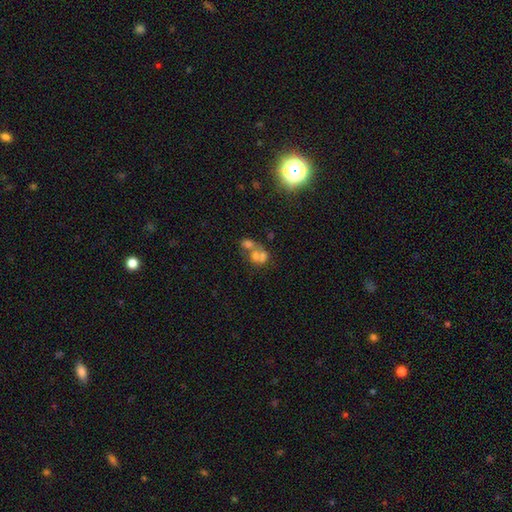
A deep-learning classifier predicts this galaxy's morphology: Smooth or featured?
  - smooth: 48% *
  - featured or disk: 32%
  - star or artifact: 20%
Merging?
  - merger: 62% *
  - none: 23%
  - major disturbance: 8%
  - minor disturbance: 7%